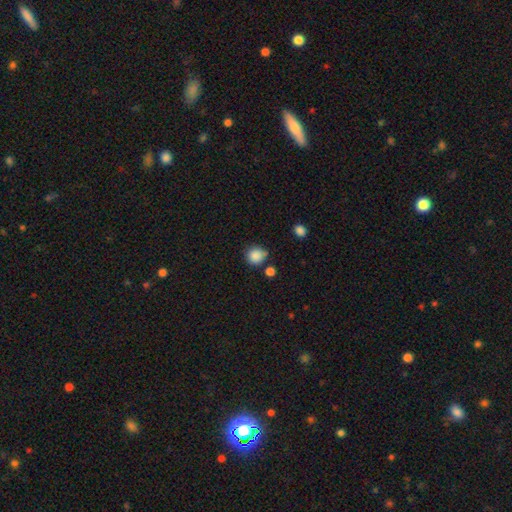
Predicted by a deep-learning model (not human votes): Overall: smooth (87%). How rounded: round (89%). Merging: none (71%).